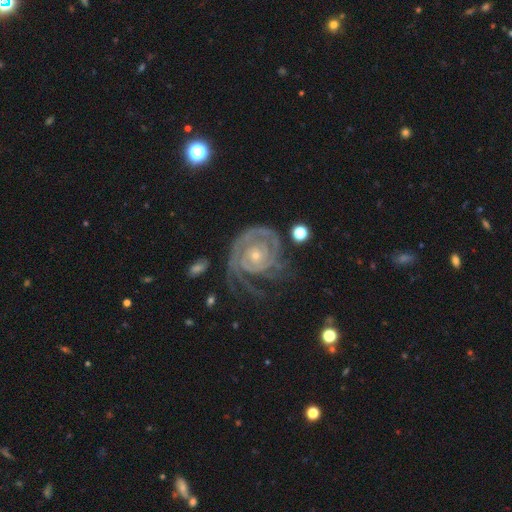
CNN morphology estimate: Overall: featured or disk (90%). Edge-on disk: no (98%). Bar: no (79%). Spiral arms: yes (97%). Spiral arm count: 2 (34%; 3 22%). Spiral winding: tight (79%). Bulge size: small (77%). Merging: none (54%; minor disturbance 22%).